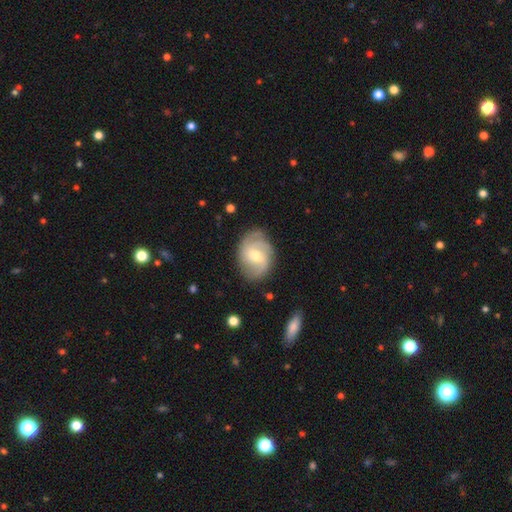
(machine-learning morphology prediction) This appears to be a featured or disk galaxy (76%) with a weak bar (51%), 2 (42%) medium (44%) spiral arms (93%) and a moderate central bulge (62%). Merging: none (74%).